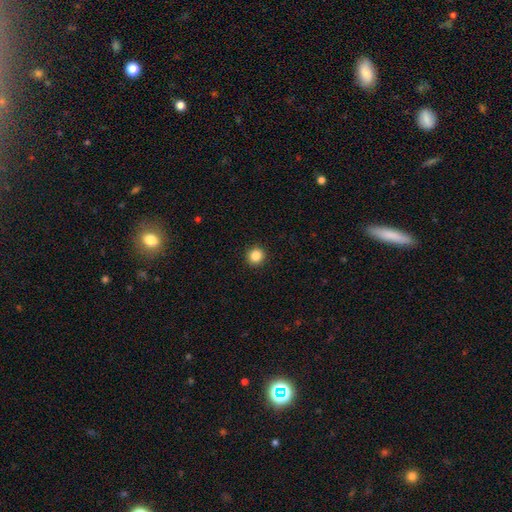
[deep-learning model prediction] Smooth or featured? smooth (86%)
How rounded? round (95%)
Merging? none (93%)